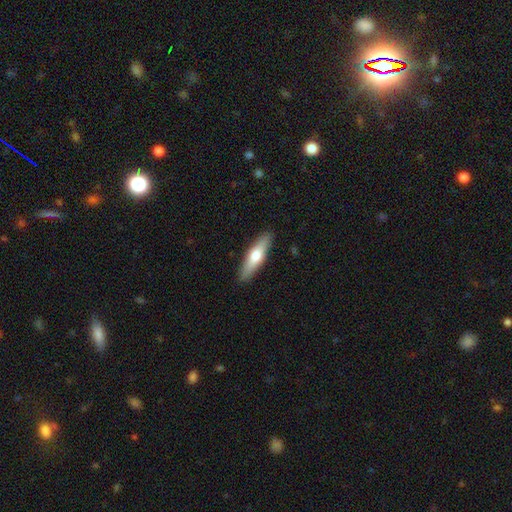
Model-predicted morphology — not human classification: smooth-or-featured: smooth: 60% | featured or disk: 35% | star or artifact: 5%
  how-rounded: cigar-shaped: 71% | in between: 28% | round: 2%
  merging: none: 89% | minor disturbance: 8% | major disturbance: 2% | merger: 1%